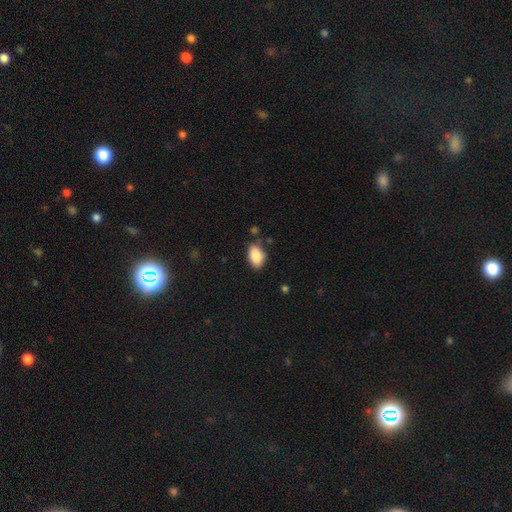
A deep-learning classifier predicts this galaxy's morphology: Q: Smooth or featured?
A: smooth (86%); runner-up: star or artifact (7%)
Q: How rounded?
A: in between (89%); runner-up: round (9%)
Q: Merging?
A: none (79%); runner-up: minor disturbance (15%)